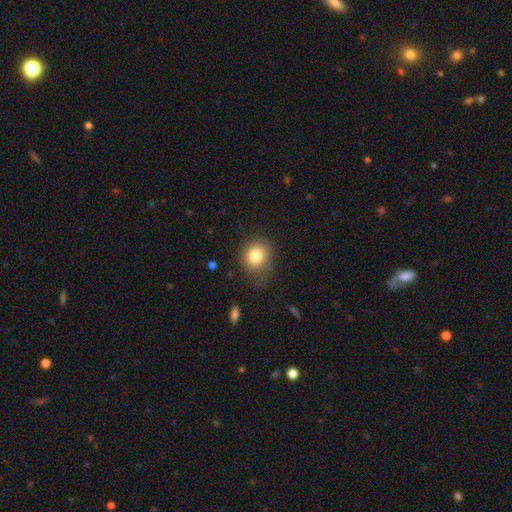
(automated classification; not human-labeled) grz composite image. It shows a smooth galaxy with no disk features (81%) that is round (78%). Merging: none (73%).